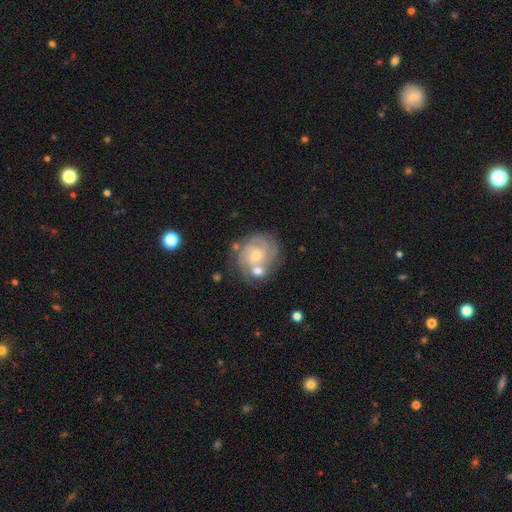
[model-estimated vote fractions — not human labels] This is likely a featured or disk galaxy (76%). It is clearly not viewed edge-on (98%). Bar: likely no (70%). Spiral arm pattern: clearly yes (92%). Spiral arm count: marginally 3 (32%). Spiral winding: likely tight (64%). Central bulge: possibly small (55%). Merging: possibly none (54%).